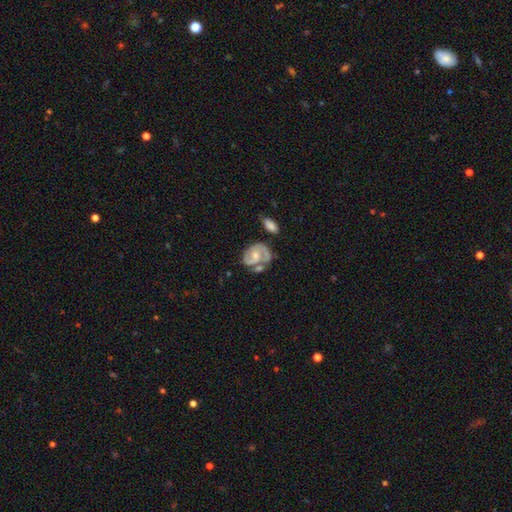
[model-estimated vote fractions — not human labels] Smooth or featured? featured or disk (77%)
Edge-on disk? no (97%)
Bar? no (61%)
Spiral arms? yes (89%)
Spiral winding? tight (45%)
Spiral arm count? 2 (71%)
Bulge size? moderate (54%)
Merging? none (48%)